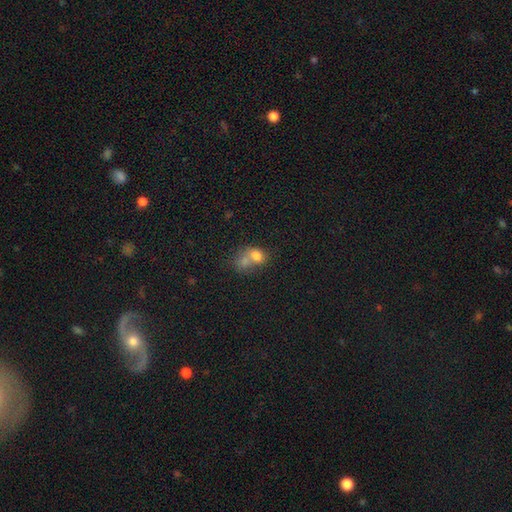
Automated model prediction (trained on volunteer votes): A smooth galaxy with no disk features (68%) that is round (56%).

Vote fractions:
- Smooth or featured? smooth: 68% / featured or disk: 19% / star or artifact: 13%
- How rounded? round: 56% / in between: 43% / cigar-shaped: 1%
- Merging? merger: 65% / none: 22% / minor disturbance: 7% / major disturbance: 5%